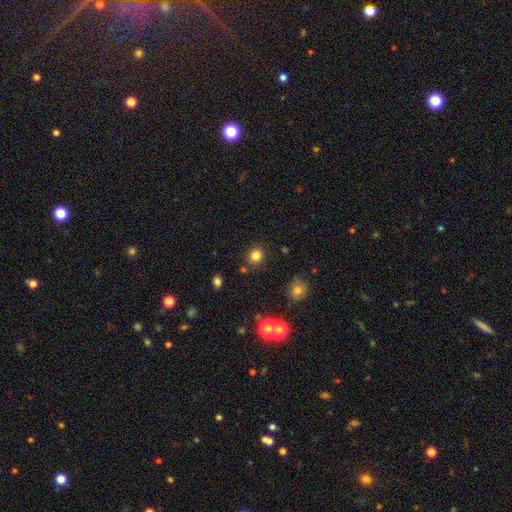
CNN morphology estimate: Overall: smooth (81%). How rounded: round (87%). Merging: none (84%).